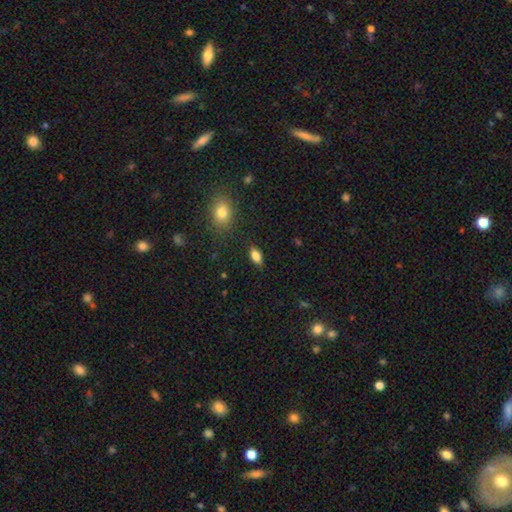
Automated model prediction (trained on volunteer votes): Smooth or featured?
  - smooth: 80% *
  - featured or disk: 11%
  - star or artifact: 9%
How rounded?
  - in between: 88% *
  - cigar-shaped: 7%
  - round: 6%
Merging?
  - none: 84% *
  - minor disturbance: 11%
  - major disturbance: 3%
  - merger: 1%